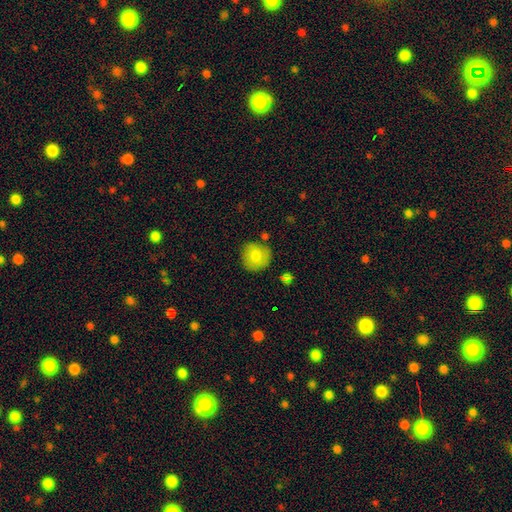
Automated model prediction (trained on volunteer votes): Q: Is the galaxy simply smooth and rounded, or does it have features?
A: smooth — 76%.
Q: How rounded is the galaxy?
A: round — 92%.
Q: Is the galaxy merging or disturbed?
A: none — 81%.